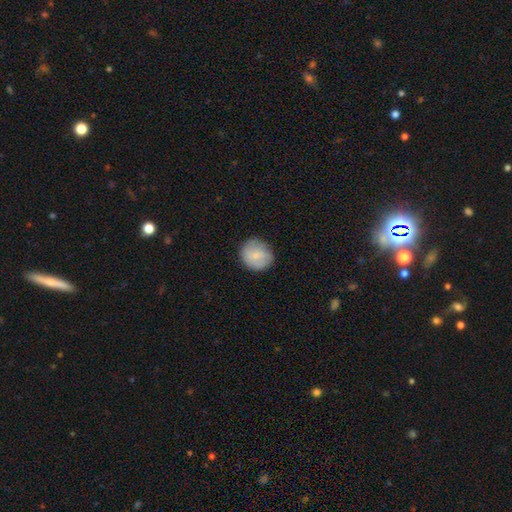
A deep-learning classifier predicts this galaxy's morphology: The model was most divided on "smooth or featured": smooth: 79%, featured or disk: 14%, star or artifact: 7%. More confident: how rounded — round (86%); merging — none (83%).